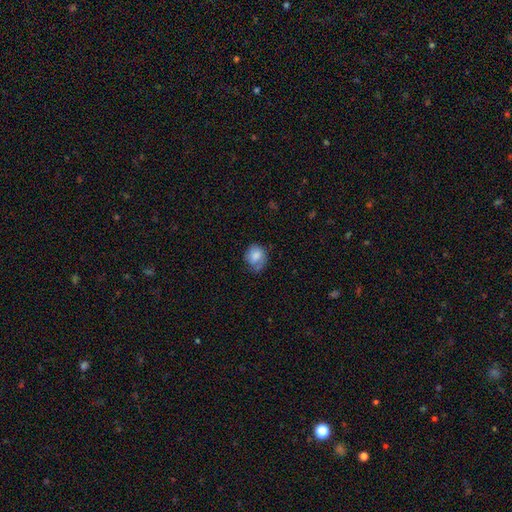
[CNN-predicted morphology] This appears to be a smooth galaxy with no disk features (71%) that is round (58%). Merging: none (53%).